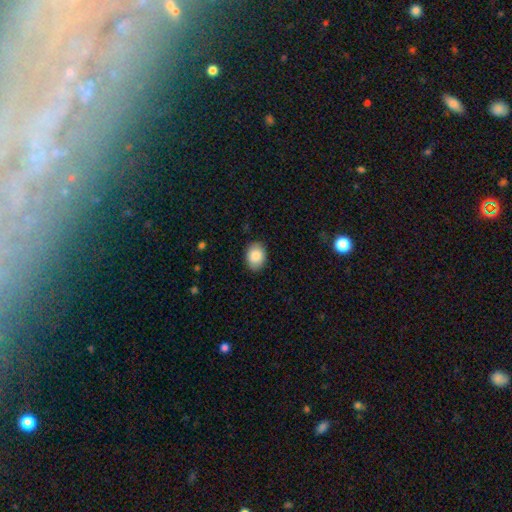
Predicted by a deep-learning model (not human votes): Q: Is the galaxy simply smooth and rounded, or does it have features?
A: smooth — 87%.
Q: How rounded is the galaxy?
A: in between — 65%.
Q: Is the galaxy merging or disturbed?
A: none — 87%.